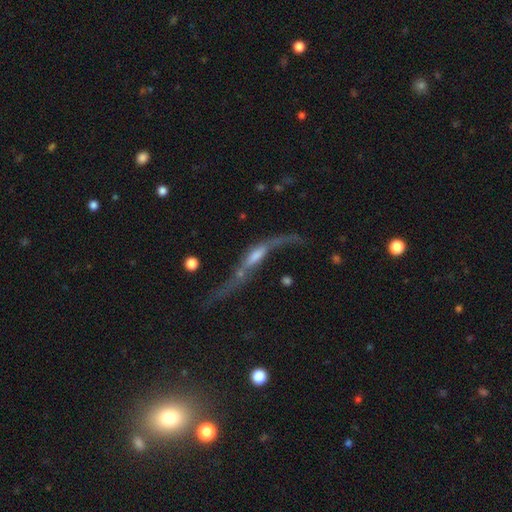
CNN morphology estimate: This is likely a featured or disk galaxy (71%). It is possibly viewed edge-on (51%). Merging: marginally major disturbance (35%).